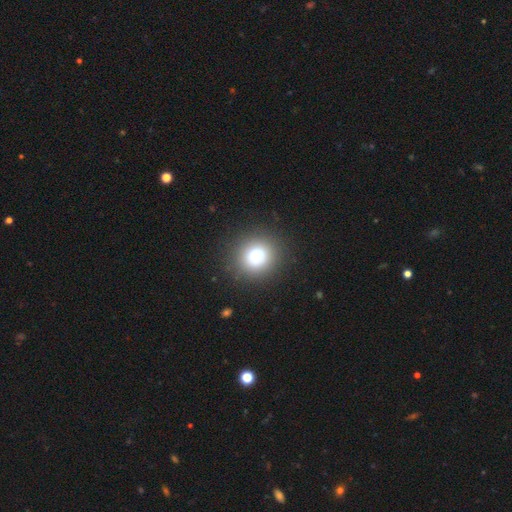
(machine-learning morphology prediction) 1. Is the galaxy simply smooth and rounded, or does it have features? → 77% smooth, 13% star or artifact, 10% featured or disk.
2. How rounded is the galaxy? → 88% round, 11% in between, 1% cigar-shaped.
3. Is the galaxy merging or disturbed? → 89% none, 7% minor disturbance, 3% major disturbance, 1% merger.